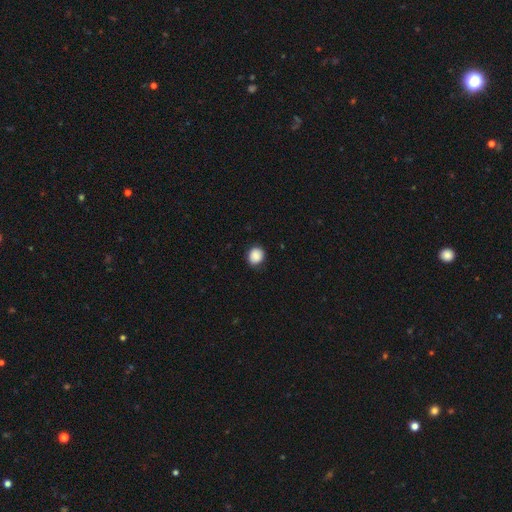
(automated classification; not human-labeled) Smooth or featured? Predicted: smooth (p=0.89). How rounded? Predicted: round (p=0.82). Merging? Predicted: none (p=0.85).